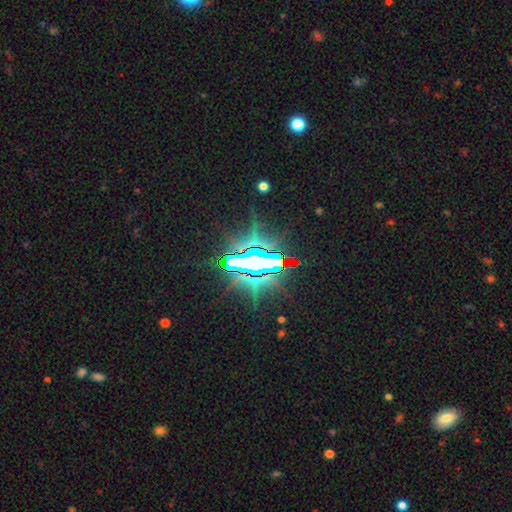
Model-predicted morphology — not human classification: smooth-or-featured: star or artifact: 77% | featured or disk: 13% | smooth: 10%